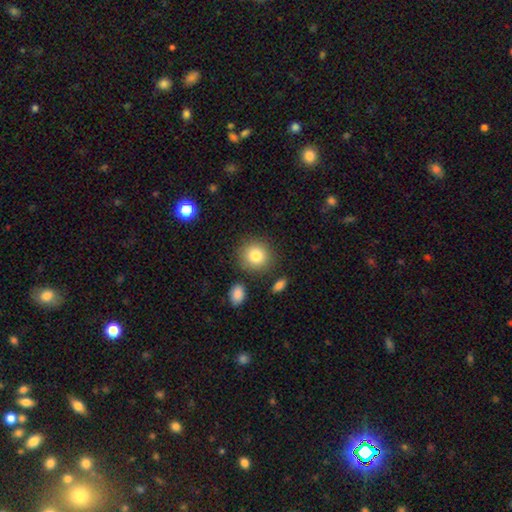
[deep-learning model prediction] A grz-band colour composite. It shows a smooth galaxy with no disk features (83%) that is round (89%). Merging: none (84%).